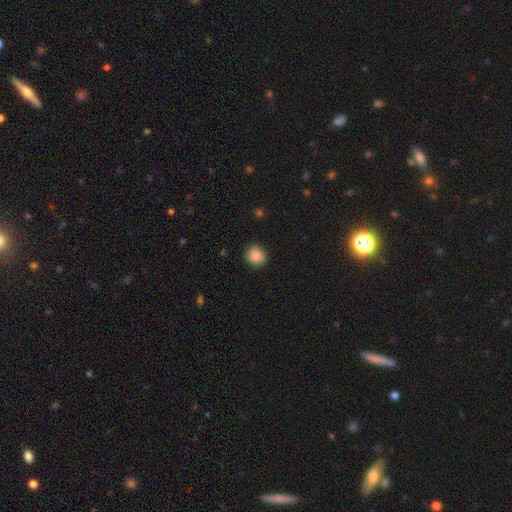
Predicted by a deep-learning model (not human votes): smooth 88%, star or artifact 8%, featured or disk 4%. Down the decision tree: how rounded — round (75%); merging — none (87%).